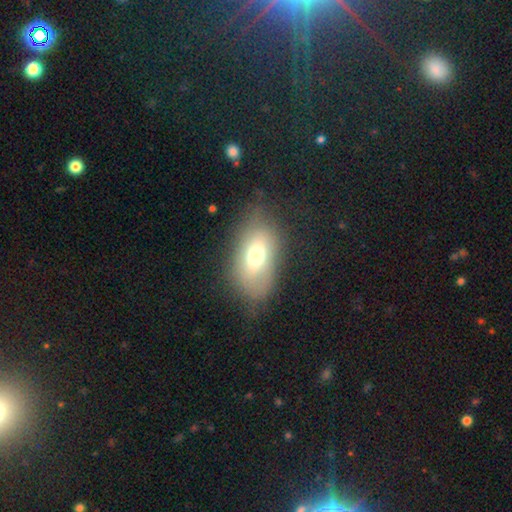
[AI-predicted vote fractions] Overall: smooth (66%). How rounded: in between (90%). Merging: none (65%).